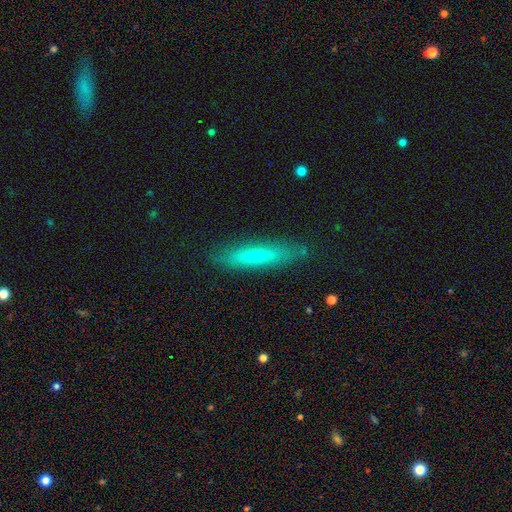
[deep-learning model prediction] This is possibly a smooth galaxy (55%). How rounded: clearly cigar-shaped (85%). Merging: clearly none (85%).